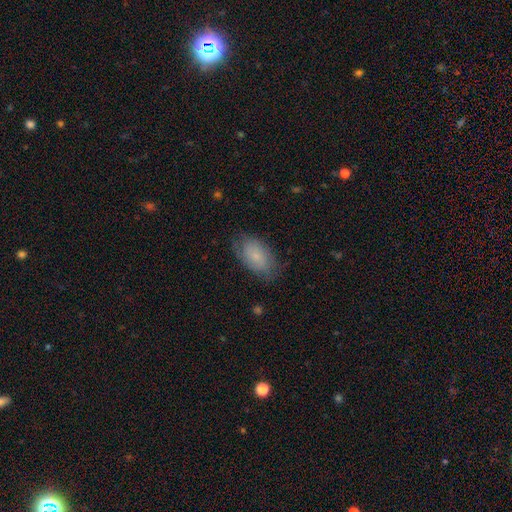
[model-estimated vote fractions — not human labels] Smooth or featured? Predicted: smooth (p=0.72). How rounded? Predicted: in between (p=0.92). Merging? Predicted: none (p=0.72).